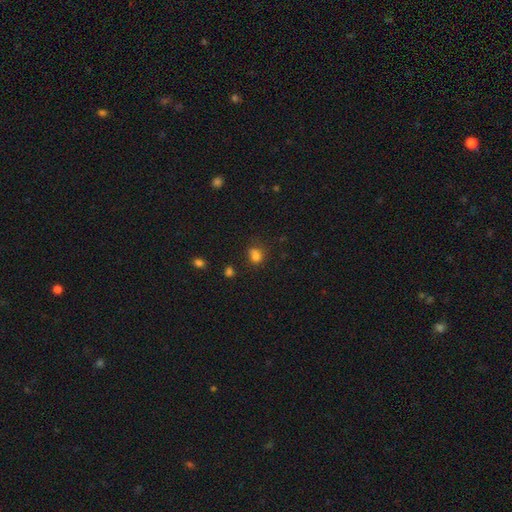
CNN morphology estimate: This appears to be a smooth galaxy with no disk features (76%) that is round (58%). Merging: none (46%).